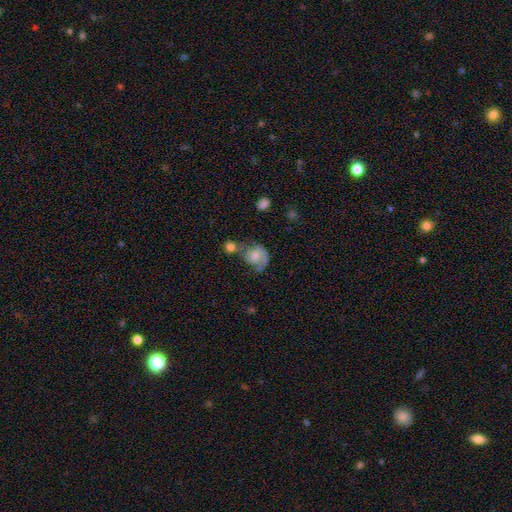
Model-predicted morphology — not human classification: type=smooth (47%); merging=merger (29%).